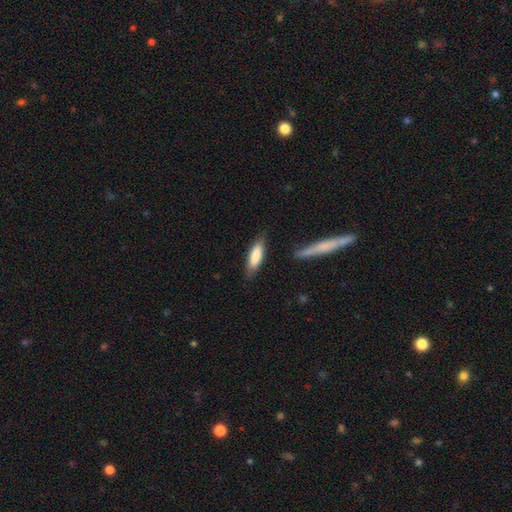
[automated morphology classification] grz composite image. It shows a smooth galaxy with no disk features (79%) that is cigar-shaped (53%). Merging: none (78%).